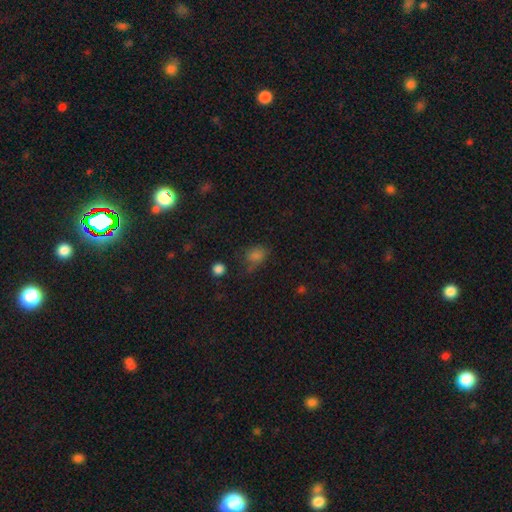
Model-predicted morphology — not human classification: This is likely a smooth galaxy (71%). How rounded: possibly in between (57%). Merging: possibly none (56%).